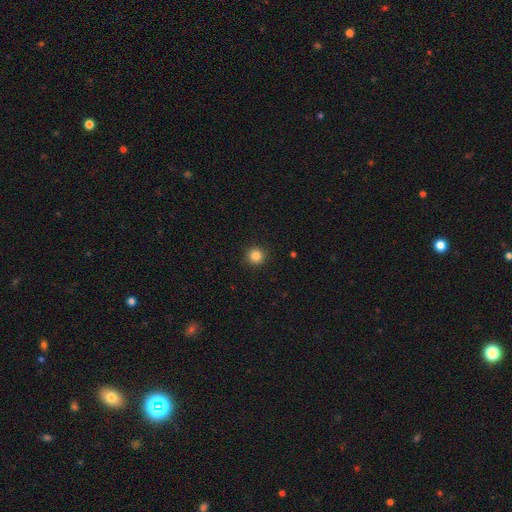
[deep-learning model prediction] Smooth or featured: smooth — 84% (star or artifact — 11%)
How rounded: round — 95% (in between — 4%)
Merging: none — 93% (minor disturbance — 5%)